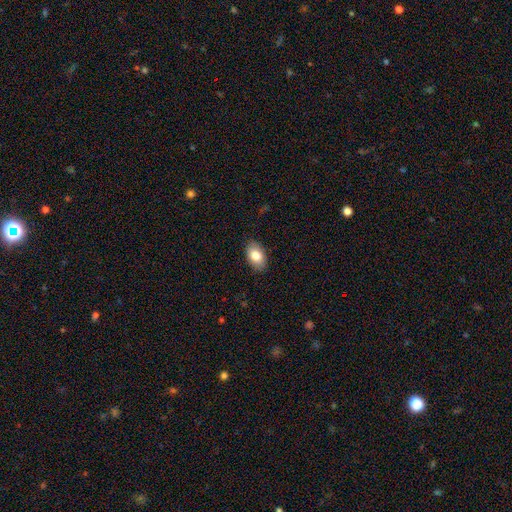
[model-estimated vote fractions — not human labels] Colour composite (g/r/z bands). It shows a smooth galaxy with no disk features (82%) that is in between round and cigar-shaped (91%). Merging: none (87%).